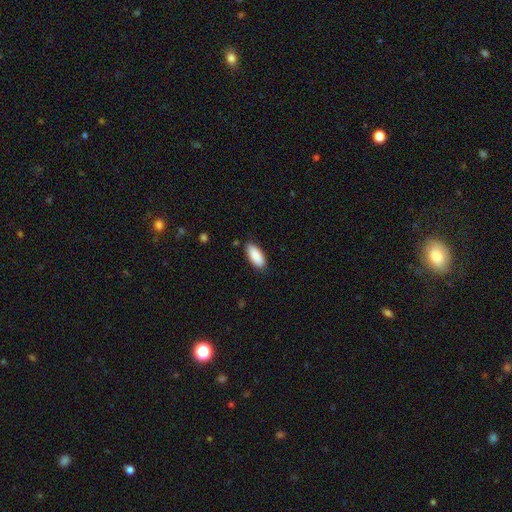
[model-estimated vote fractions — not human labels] This is clearly a smooth galaxy (90%). How rounded: clearly in between (86%). Merging: clearly none (86%).